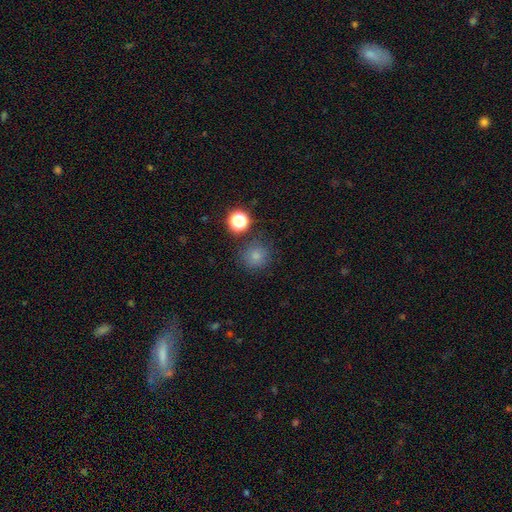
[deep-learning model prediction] A smooth galaxy with no disk features (78%) that is round (93%). Merging: none (82%).